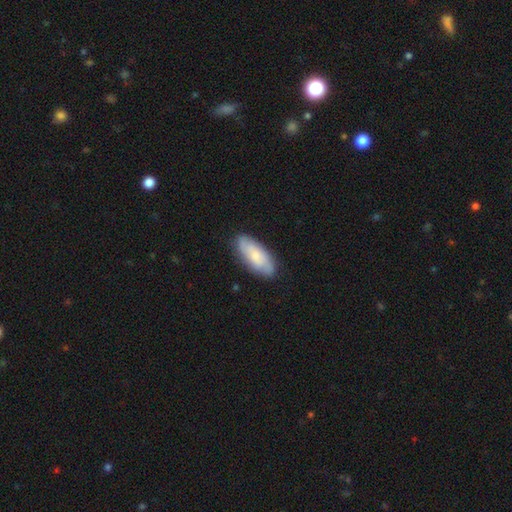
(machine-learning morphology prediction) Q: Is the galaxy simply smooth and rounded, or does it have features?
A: smooth — 60%.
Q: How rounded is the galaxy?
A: in between — 83%.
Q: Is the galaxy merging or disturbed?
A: none — 82%.